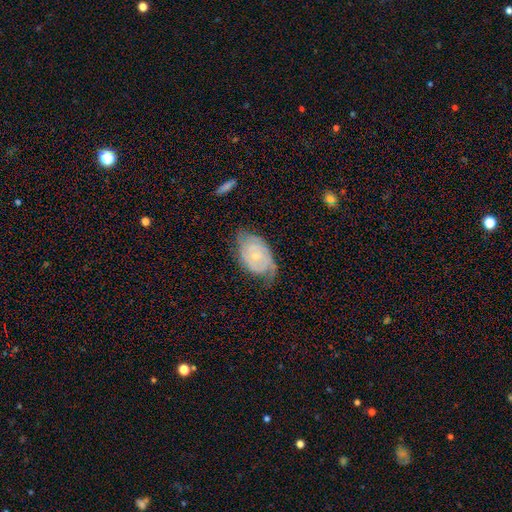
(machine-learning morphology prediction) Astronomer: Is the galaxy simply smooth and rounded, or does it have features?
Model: featured or disk — 77%.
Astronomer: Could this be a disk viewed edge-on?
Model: no — 96%.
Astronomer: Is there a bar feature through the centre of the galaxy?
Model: no — 74%.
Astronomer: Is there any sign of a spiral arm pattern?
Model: yes — 91%.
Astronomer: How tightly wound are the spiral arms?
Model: tight — 64%.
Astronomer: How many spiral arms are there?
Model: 2 — 51% (runner-up: can't tell, 27%).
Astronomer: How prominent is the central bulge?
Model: small — 65%.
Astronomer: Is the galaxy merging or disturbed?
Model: none — 61%.